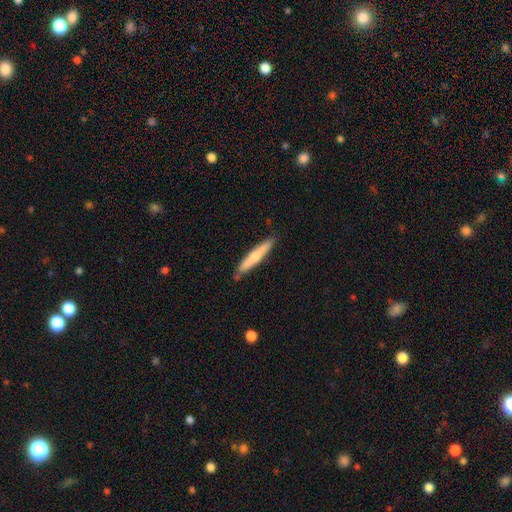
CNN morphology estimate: Overall: smooth (57%; featured or disk 37%). How rounded: cigar-shaped (93%). Merging: none (87%).